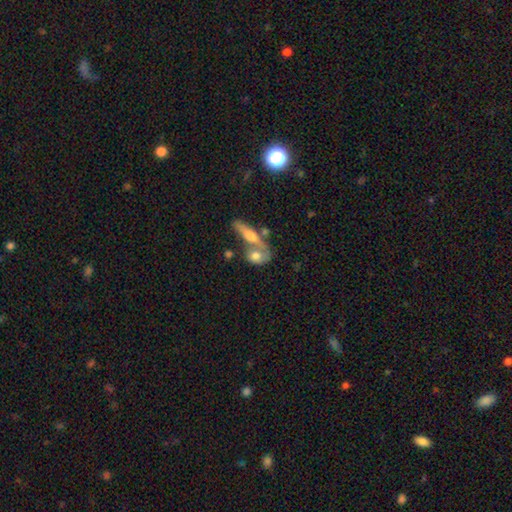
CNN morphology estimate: Smooth or featured? Predicted: smooth (p=0.57). How rounded? Predicted: in between (p=0.58). Merging? Predicted: merger (p=0.53).